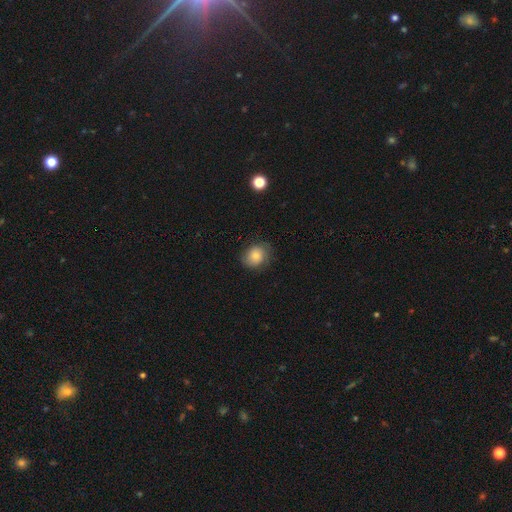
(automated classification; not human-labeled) Smooth or featured: smooth — 76% (featured or disk — 16%)
How rounded: round — 59% (in between — 40%)
Merging: none — 74% (minor disturbance — 19%)